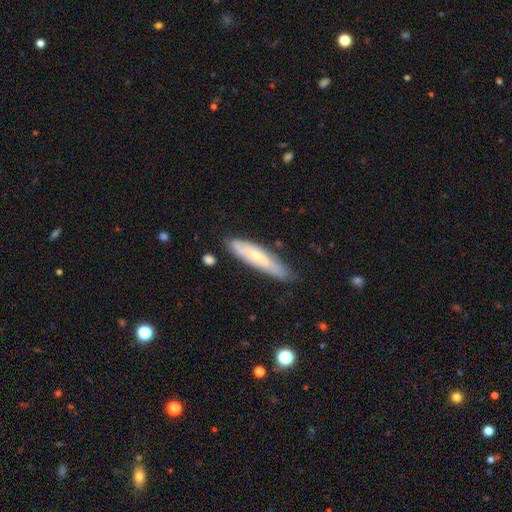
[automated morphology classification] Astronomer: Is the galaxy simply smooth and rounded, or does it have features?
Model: smooth — 49% (runner-up: featured or disk, 44%).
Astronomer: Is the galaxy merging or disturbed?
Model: none — 75%.